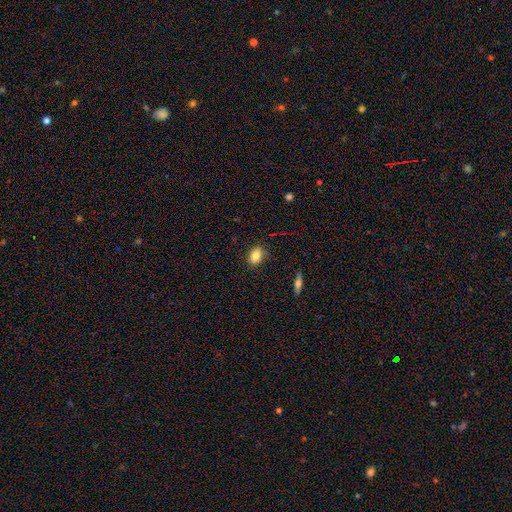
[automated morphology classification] type=smooth (84%); roundness=in between (73%); merging=none (84%).